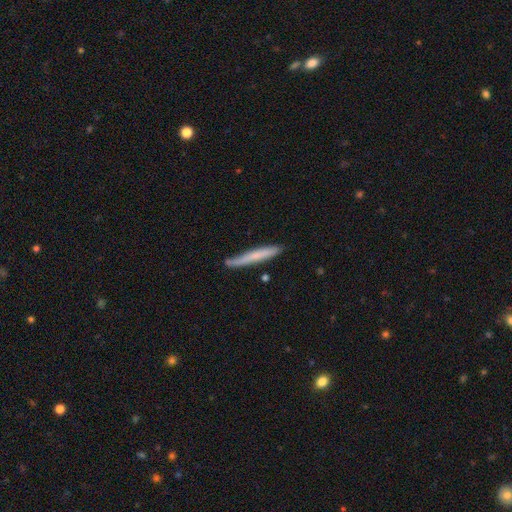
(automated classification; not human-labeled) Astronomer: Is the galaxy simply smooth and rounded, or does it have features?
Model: smooth — 64%.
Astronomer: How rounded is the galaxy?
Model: cigar-shaped — 96%.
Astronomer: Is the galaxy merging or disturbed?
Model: none — 80%.